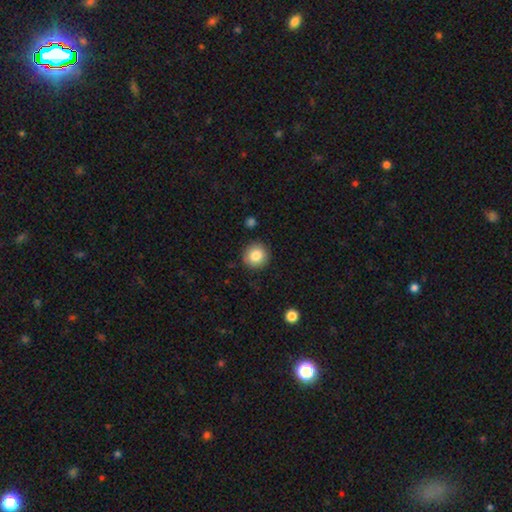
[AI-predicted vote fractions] Smooth or featured: smooth — 85% (star or artifact — 9%)
How rounded: round — 92% (in between — 7%)
Merging: none — 90% (minor disturbance — 7%)